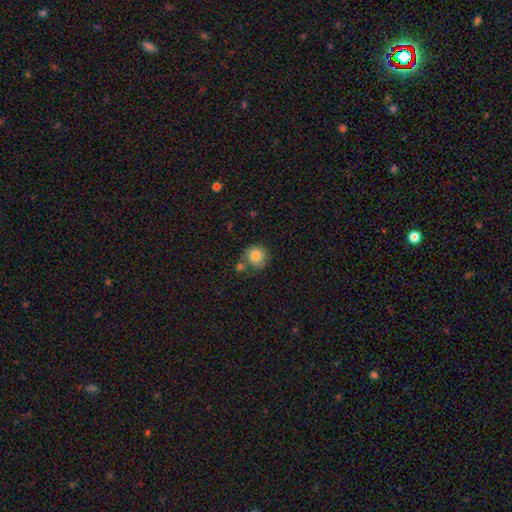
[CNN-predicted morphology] This appears to be a smooth galaxy with no disk features (82%) that is round (90%). Merging: none (63%).